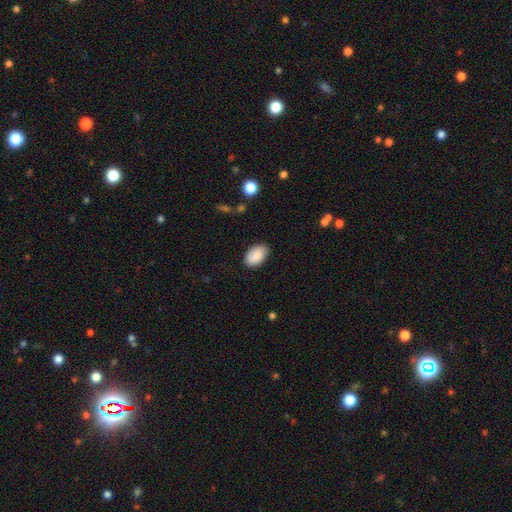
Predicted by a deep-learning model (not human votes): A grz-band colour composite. It shows a smooth galaxy with no disk features (88%) that is in between round and cigar-shaped (92%). Merging: none (82%).